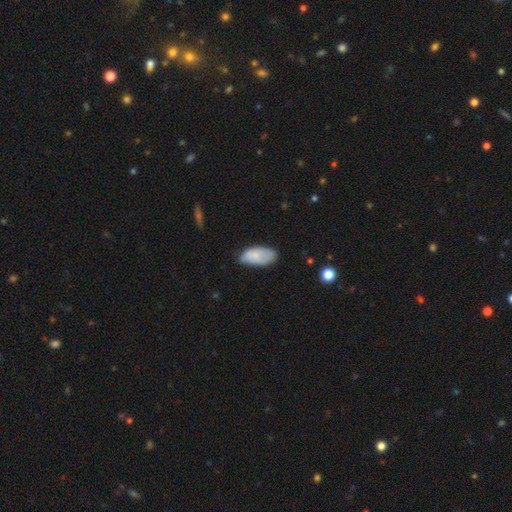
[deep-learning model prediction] This appears to be a smooth galaxy with no disk features (81%) that is in between round and cigar-shaped (94%). Merging: none (61%).